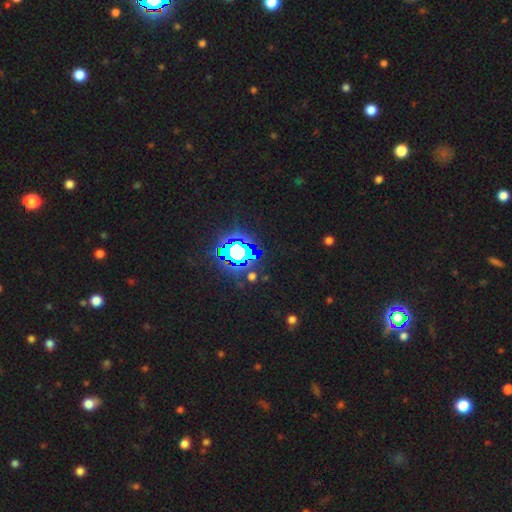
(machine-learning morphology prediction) A star or artifact, not a galaxy (82%).

Vote fractions:
- Smooth or featured? star or artifact: 82% / smooth: 11% / featured or disk: 7%